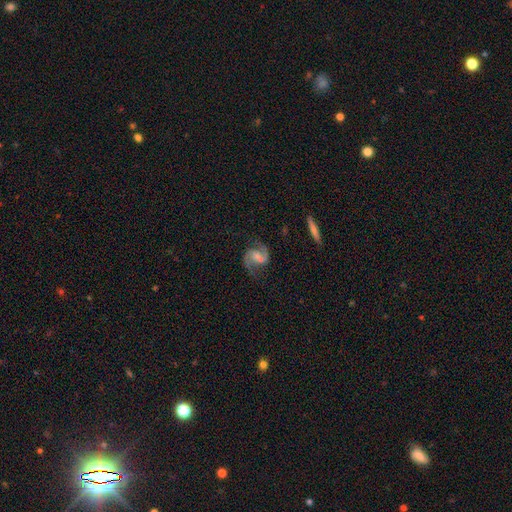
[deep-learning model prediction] Smooth or featured? Predicted: featured or disk (p=0.90). Edge-on disk? Predicted: no (p=0.98). Bar? Predicted: weak (p=0.49). Spiral arms? Predicted: yes (p=0.98). Spiral winding? Predicted: medium (p=0.59). Spiral arm count? Predicted: 2 (p=0.94). Bulge size? Predicted: moderate (p=0.34). Merging? Predicted: none (p=0.81).